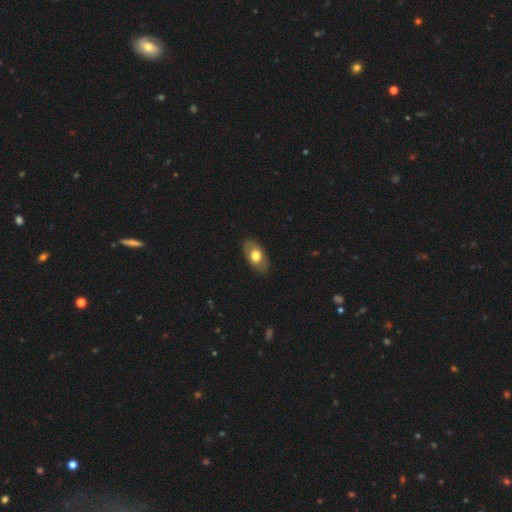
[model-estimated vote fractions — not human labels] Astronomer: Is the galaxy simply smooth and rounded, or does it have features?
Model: smooth — 62%.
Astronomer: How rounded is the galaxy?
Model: in between — 90%.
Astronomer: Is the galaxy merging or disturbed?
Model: none — 85%.